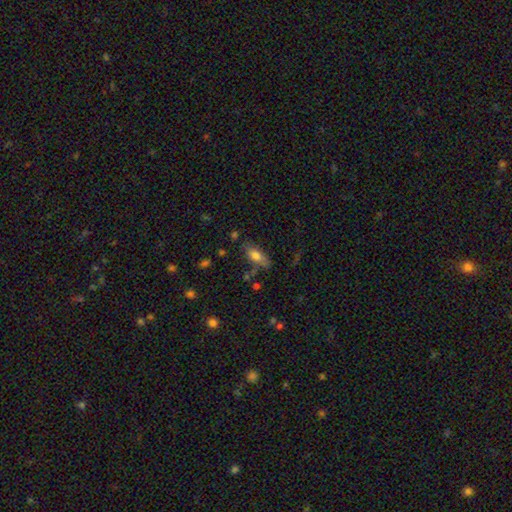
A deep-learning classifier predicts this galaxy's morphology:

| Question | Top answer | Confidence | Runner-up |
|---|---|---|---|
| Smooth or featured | smooth | 72% | featured or disk (19%) |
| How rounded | in between | 76% | cigar-shaped (21%) |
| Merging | none | 65% | minor disturbance (22%) |